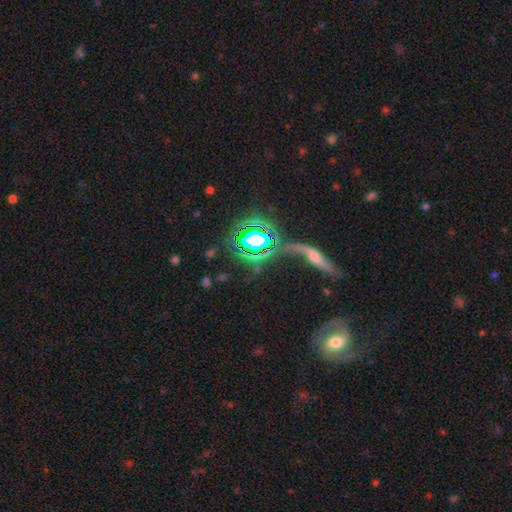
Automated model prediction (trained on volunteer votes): Morphology: type=star or artifact (54%).